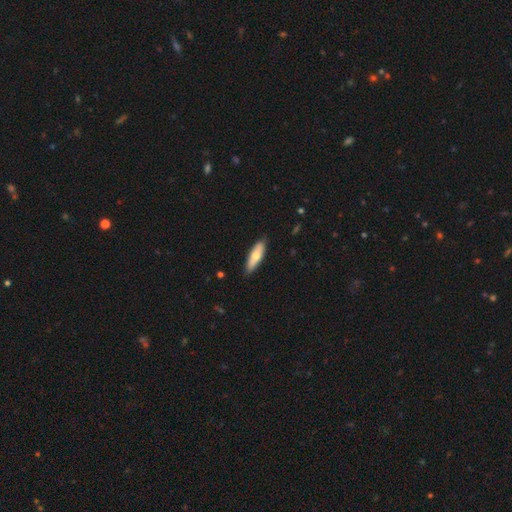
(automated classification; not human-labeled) Smooth or featured? Predicted: smooth (p=0.65). How rounded? Predicted: cigar-shaped (p=0.53). Merging? Predicted: none (p=0.86).